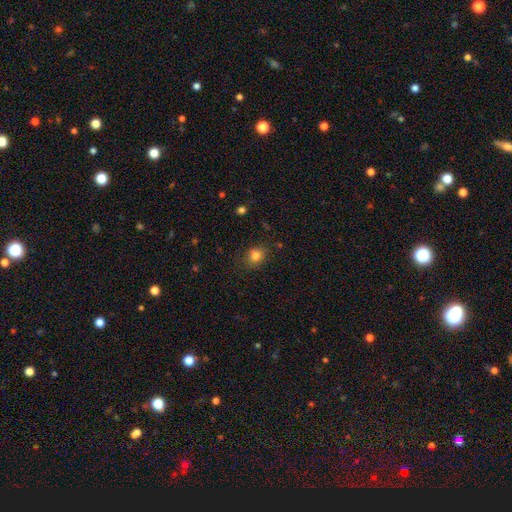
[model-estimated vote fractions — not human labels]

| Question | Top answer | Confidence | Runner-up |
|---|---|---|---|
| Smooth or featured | smooth | 82% | star or artifact (12%) |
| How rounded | round | 63% | in between (36%) |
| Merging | none | 83% | minor disturbance (12%) |